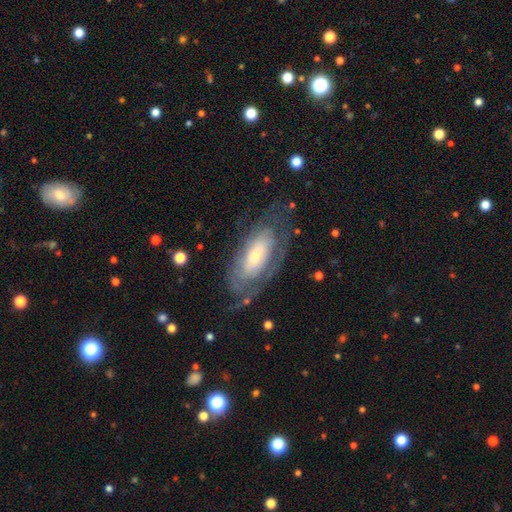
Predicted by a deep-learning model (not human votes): The model was most divided on "bulge size": small: 57%, moderate: 24%, large: 13%, dominant: 3%, none: 3%. More confident: edge-on disk — no (90%); spiral arms — yes (75%); bar — no (70%); smooth or featured — featured or disk (66%); merging — none (63%).